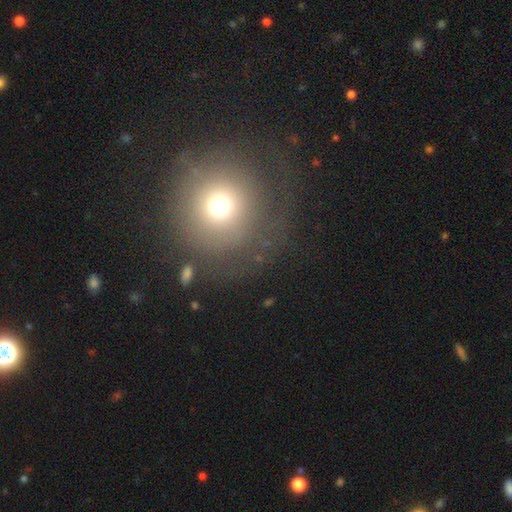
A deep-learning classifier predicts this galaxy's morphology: Smooth or featured: smooth — 64% (featured or disk — 18%)
How rounded: round — 94% (in between — 5%)
Merging: none — 76% (minor disturbance — 12%)